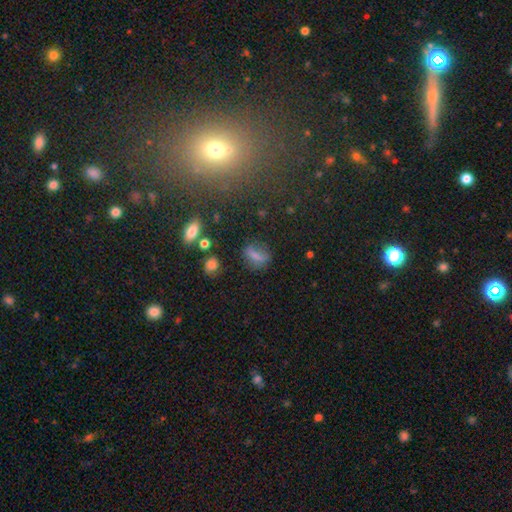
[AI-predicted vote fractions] smooth_or_featured: smooth (p=0.66) [alt: featured or disk p=0.17]
how_rounded: in between (p=0.60) [alt: round p=0.21]
merging: none (p=0.61) [alt: minor disturbance p=0.21]